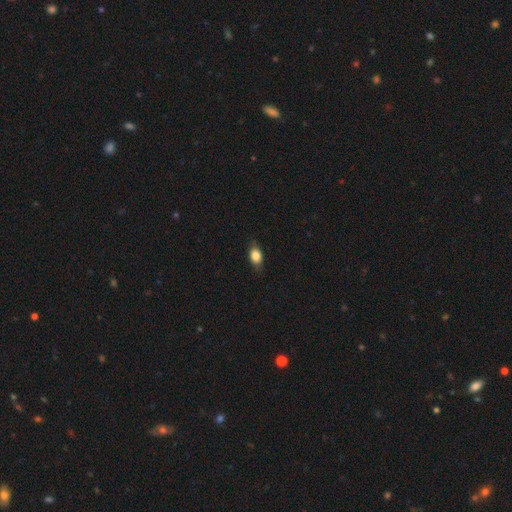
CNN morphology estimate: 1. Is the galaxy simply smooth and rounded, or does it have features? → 81% smooth, 11% featured or disk, 9% star or artifact.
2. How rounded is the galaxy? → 76% in between, 20% round, 4% cigar-shaped.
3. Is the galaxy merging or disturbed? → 79% none, 17% minor disturbance, 3% major disturbance, 1% merger.